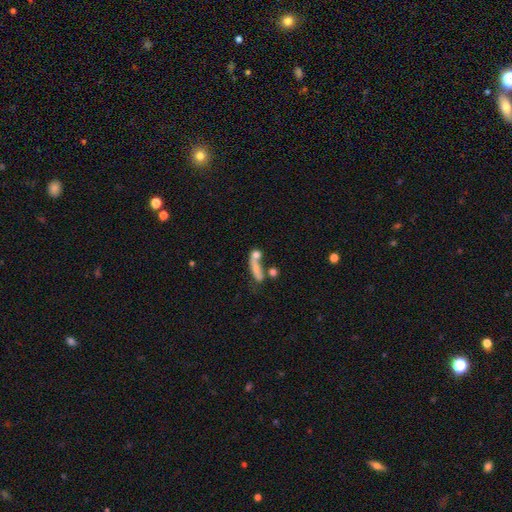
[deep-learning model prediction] A smooth galaxy with no disk features (63%) that is cigar-shaped (45%). Merging: merger (44%).